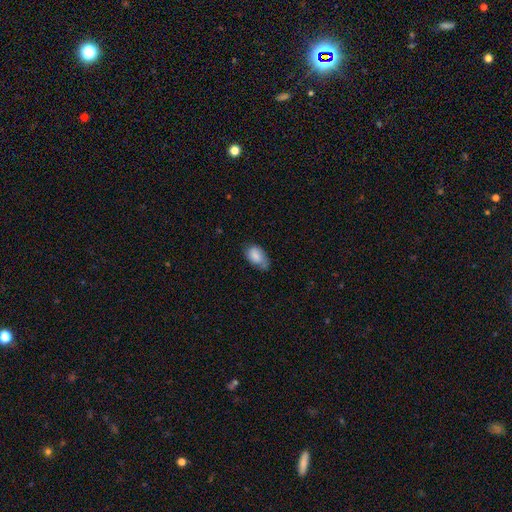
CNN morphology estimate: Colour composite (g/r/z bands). It shows a smooth galaxy with no disk features (79%) that is in between round and cigar-shaped (90%). Merging: none (47%).